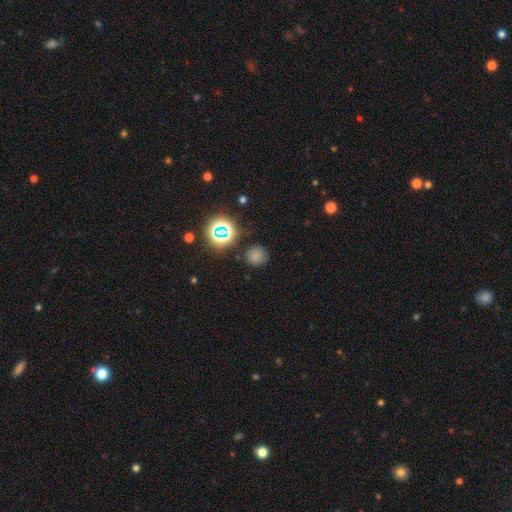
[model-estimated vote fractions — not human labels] Overall: smooth (71%). How rounded: round (91%). Merging: none (82%).